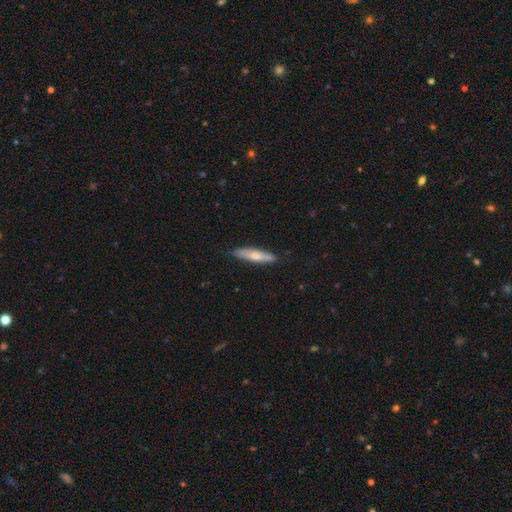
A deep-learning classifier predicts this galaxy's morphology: Smooth or featured: smooth — 67% (featured or disk — 28%)
How rounded: cigar-shaped — 84% (in between — 14%)
Merging: none — 85% (minor disturbance — 12%)